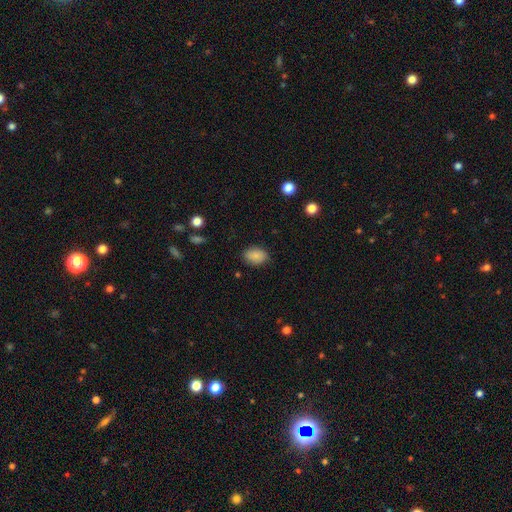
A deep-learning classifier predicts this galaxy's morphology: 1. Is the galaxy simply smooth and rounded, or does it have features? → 86% smooth, 8% star or artifact, 6% featured or disk.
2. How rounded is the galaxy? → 82% in between, 17% round, 1% cigar-shaped.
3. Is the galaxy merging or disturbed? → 86% none, 11% minor disturbance, 3% major disturbance, 1% merger.